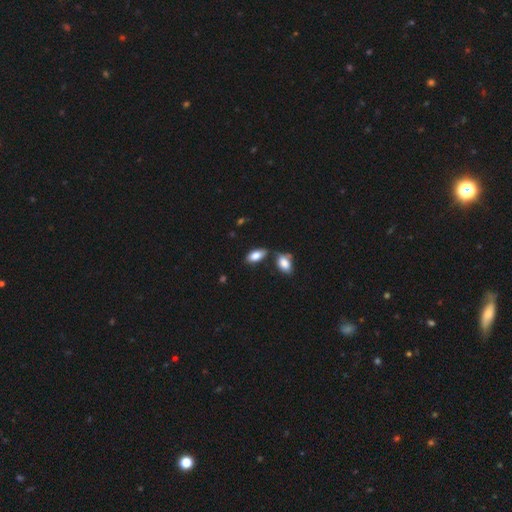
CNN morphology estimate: Smooth or featured? Predicted: smooth (p=0.81). How rounded? Predicted: in between (p=0.89). Merging? Predicted: none (p=0.65).